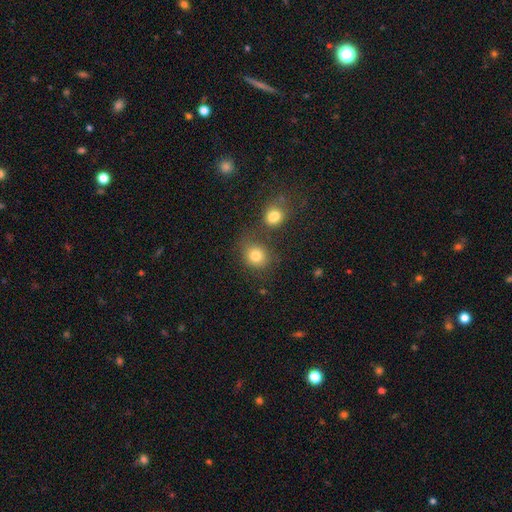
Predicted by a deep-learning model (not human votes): Morphology: type=smooth (81%); roundness=round (75%); merging=none (65%).